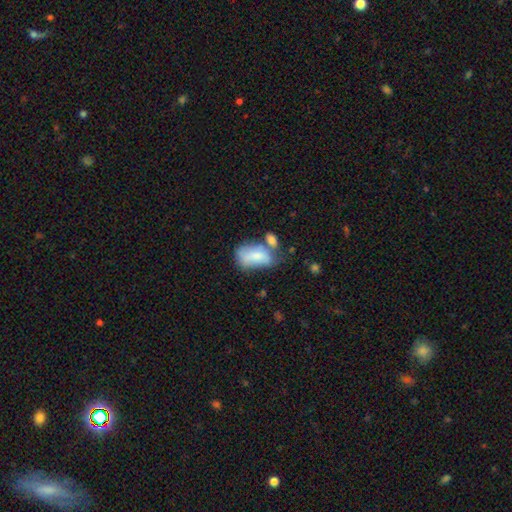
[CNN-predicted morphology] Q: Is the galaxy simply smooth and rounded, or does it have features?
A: smooth — 73%.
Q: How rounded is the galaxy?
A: in between — 91%.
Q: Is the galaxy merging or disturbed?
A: merger — 33%.